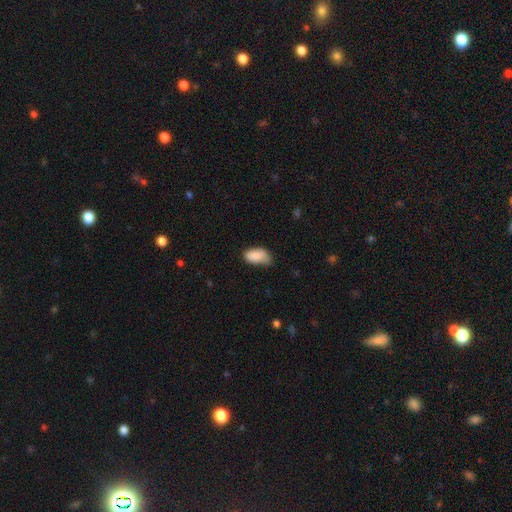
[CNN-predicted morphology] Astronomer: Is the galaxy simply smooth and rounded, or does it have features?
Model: smooth — 87%.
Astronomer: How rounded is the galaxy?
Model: in between — 94%.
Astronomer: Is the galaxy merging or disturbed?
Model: none — 51% (runner-up: minor disturbance, 39%).